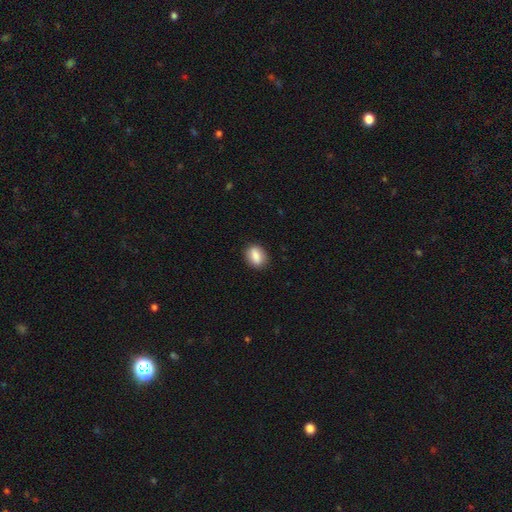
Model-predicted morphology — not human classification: Smooth or featured?
  - smooth: 85% *
  - featured or disk: 8%
  - star or artifact: 7%
How rounded?
  - in between: 72% *
  - round: 26%
  - cigar-shaped: 2%
Merging?
  - none: 86% *
  - minor disturbance: 10%
  - major disturbance: 2%
  - merger: 1%